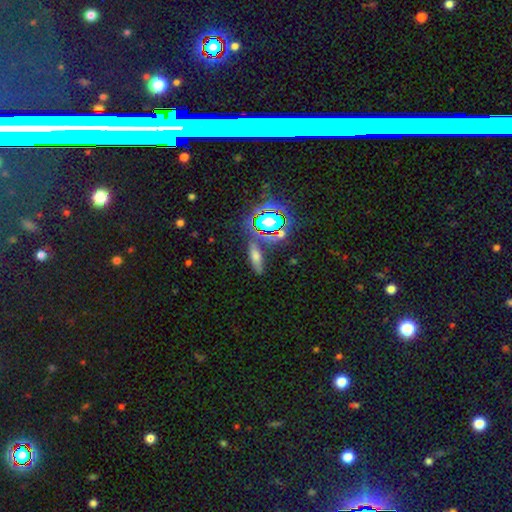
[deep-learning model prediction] A smooth galaxy with no disk features (52%) that is cigar-shaped (50%). Merging: none (76%).